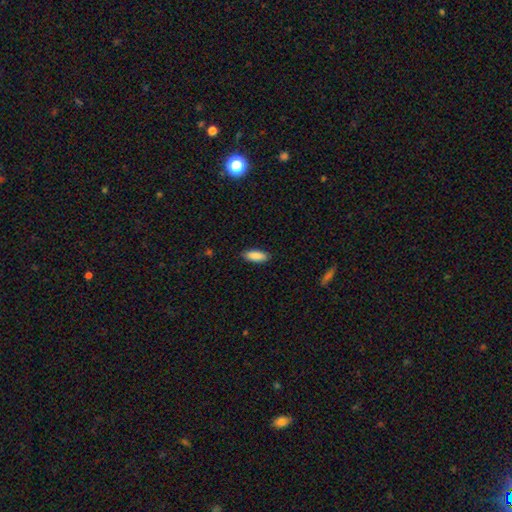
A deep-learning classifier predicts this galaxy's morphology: A smooth galaxy with no disk features (90%) that is in between round and cigar-shaped (75%).

Vote fractions:
- Smooth or featured? smooth: 90% / star or artifact: 6% / featured or disk: 4%
- How rounded? in between: 75% / cigar-shaped: 24% / round: 2%
- Merging? none: 88% / minor disturbance: 9% / major disturbance: 2% / merger: 1%